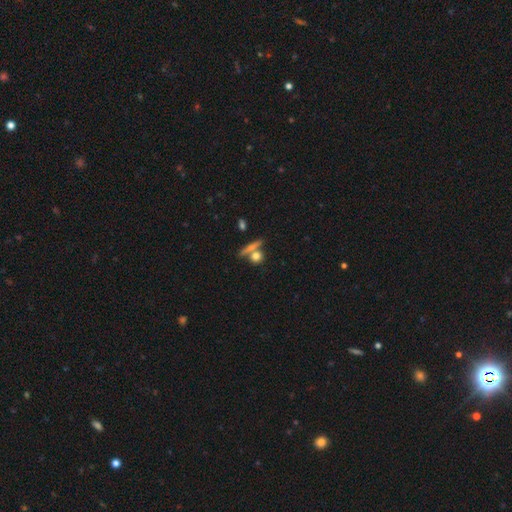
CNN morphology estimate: Smooth or featured?
  - smooth: 70% *
  - featured or disk: 19%
  - star or artifact: 12%
How rounded?
  - round: 69% *
  - in between: 18%
  - cigar-shaped: 13%
Merging?
  - none: 58% *
  - merger: 30%
  - minor disturbance: 9%
  - major disturbance: 4%